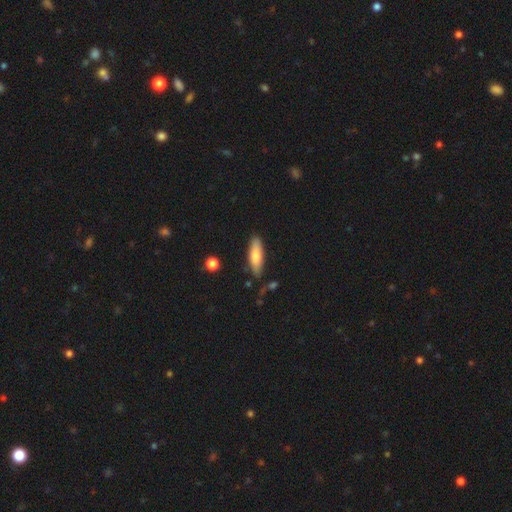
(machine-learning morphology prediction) smooth 77%, featured or disk 17%, star or artifact 6%. Down the decision tree: how rounded — in between (52%); merging — none (79%).